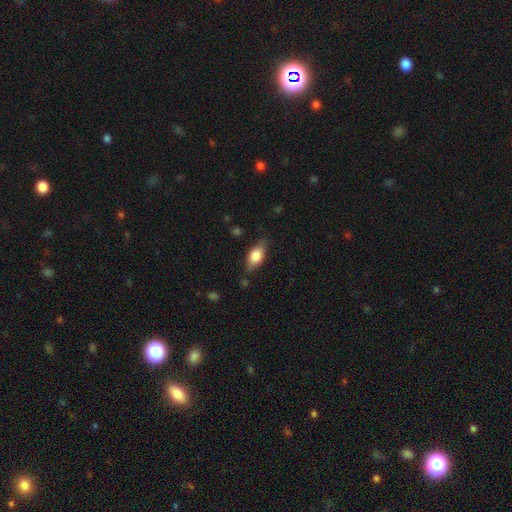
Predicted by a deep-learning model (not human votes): Smooth or featured? Predicted: smooth (p=0.73). How rounded? Predicted: in between (p=0.83). Merging? Predicted: none (p=0.74).